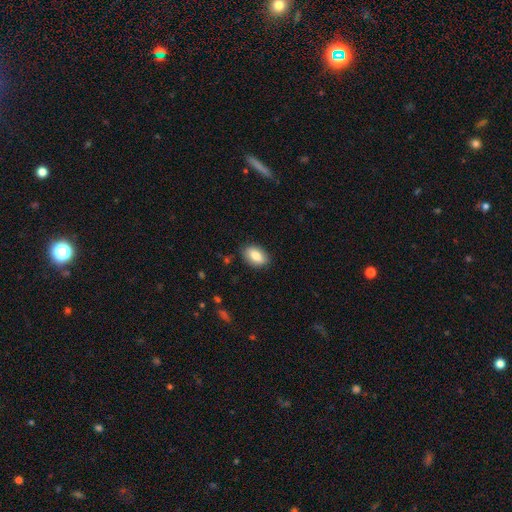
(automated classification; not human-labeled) A smooth galaxy with no disk features (82%) that is in between round and cigar-shaped (90%).

Vote fractions:
- Smooth or featured? smooth: 82% / featured or disk: 11% / star or artifact: 7%
- How rounded? in between: 90% / round: 8% / cigar-shaped: 2%
- Merging? none: 85% / minor disturbance: 11% / major disturbance: 2% / merger: 1%